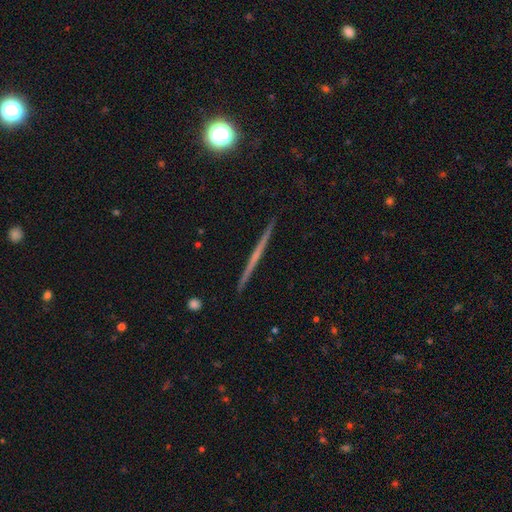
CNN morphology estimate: Smooth or featured: featured or disk — 64% (smooth — 28%)
Edge-on disk: yes — 98% (no — 2%)
Edge-on bulge: none — 85% (rounded — 11%)
Merging: none — 93% (minor disturbance — 5%)